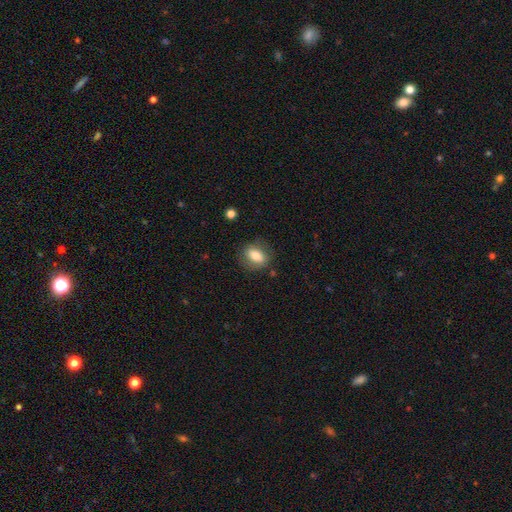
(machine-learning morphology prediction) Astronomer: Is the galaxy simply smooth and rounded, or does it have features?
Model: smooth — 76%.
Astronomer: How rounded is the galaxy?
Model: in between — 72%.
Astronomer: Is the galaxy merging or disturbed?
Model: none — 78%.